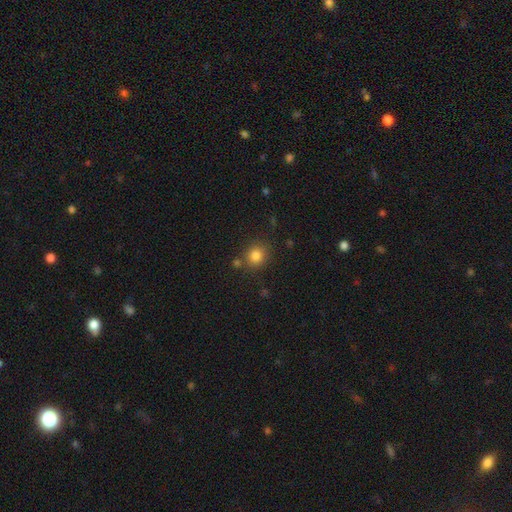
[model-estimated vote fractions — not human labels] This is clearly a smooth galaxy (82%). How rounded: clearly round (85%). Merging: likely none (80%).